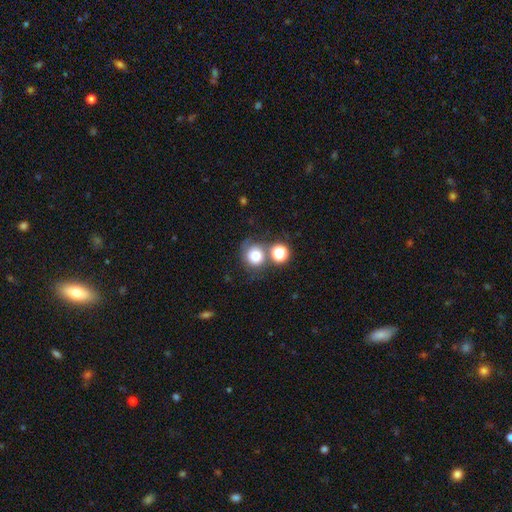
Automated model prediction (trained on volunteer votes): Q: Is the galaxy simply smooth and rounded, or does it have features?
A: smooth — 74%.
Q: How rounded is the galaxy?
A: round — 84%.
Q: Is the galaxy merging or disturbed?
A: none — 55%.